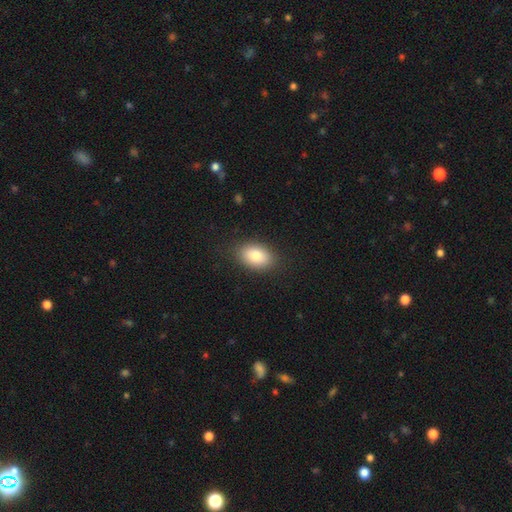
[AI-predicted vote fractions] A smooth galaxy with no disk features (82%) that is in between round and cigar-shaped (86%). Merging: none (86%).